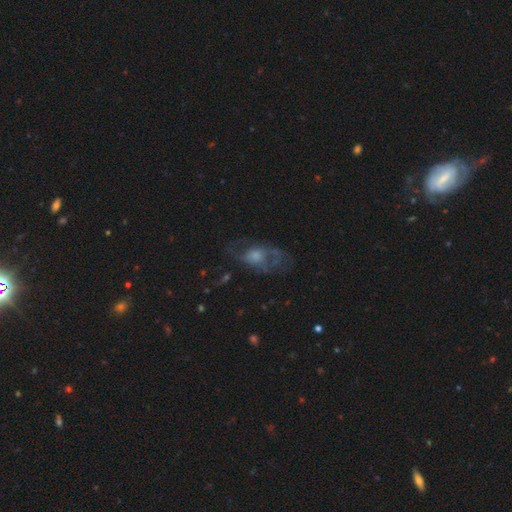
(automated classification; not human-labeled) Smooth or featured: featured or disk — 59% (smooth — 27%)
Edge-on disk: no — 91% (yes — 9%)
Bar: no — 79% (weak — 18%)
Spiral arms: yes — 59% (no — 41%)
Bulge size: moderate — 46% (small — 27%)
Merging: none — 52% (major disturbance — 25%)